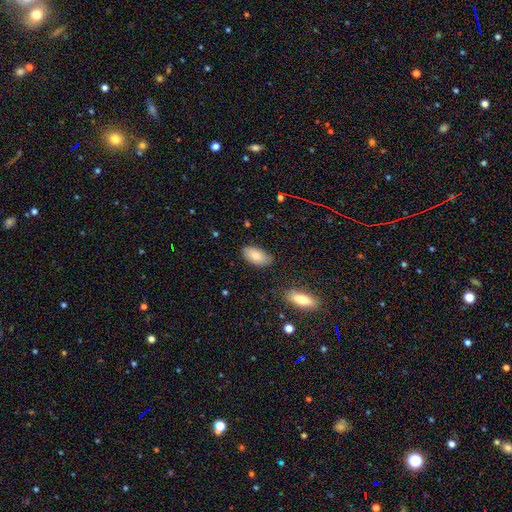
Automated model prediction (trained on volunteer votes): Smooth or featured? smooth (82%)
How rounded? in between (94%)
Merging? none (82%)